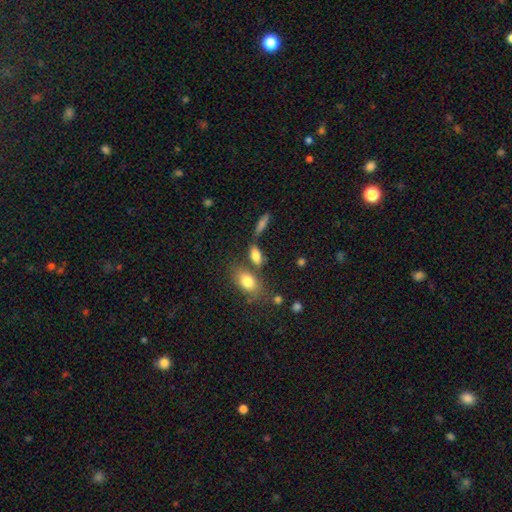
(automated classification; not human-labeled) Q: Smooth or featured?
A: smooth (78%); runner-up: featured or disk (12%)
Q: How rounded?
A: in between (81%); runner-up: cigar-shaped (10%)
Q: Merging?
A: none (59%); runner-up: merger (21%)